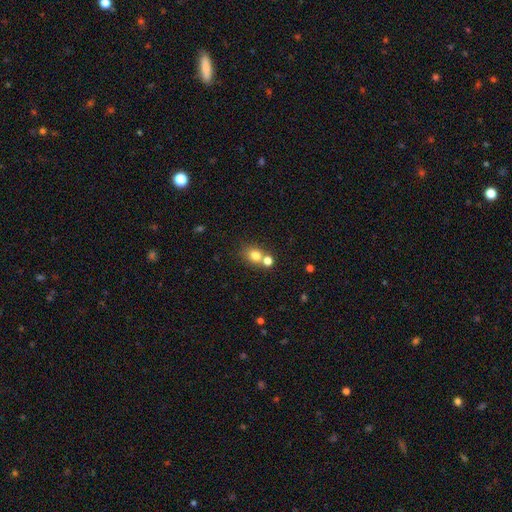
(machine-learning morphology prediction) A smooth galaxy with no disk features (77%) that is round (66%).

Vote fractions:
- Smooth or featured? smooth: 77% / star or artifact: 13% / featured or disk: 10%
- How rounded? round: 66% / in between: 33% / cigar-shaped: 1%
- Merging? none: 52% / merger: 35% / minor disturbance: 9% / major disturbance: 4%